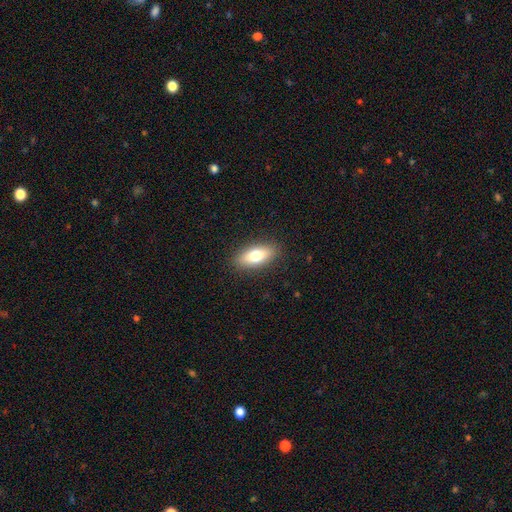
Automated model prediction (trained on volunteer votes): smooth-or-featured: smooth: 72% | featured or disk: 20% | star or artifact: 7%
  how-rounded: in between: 78% | cigar-shaped: 18% | round: 4%
  merging: none: 89% | minor disturbance: 8% | major disturbance: 2% | merger: 1%